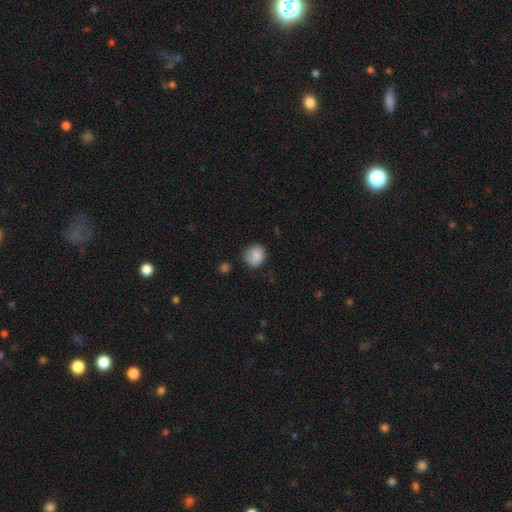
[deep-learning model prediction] Smooth or featured? Predicted: smooth (p=0.84). How rounded? Predicted: round (p=0.73). Merging? Predicted: none (p=0.70).